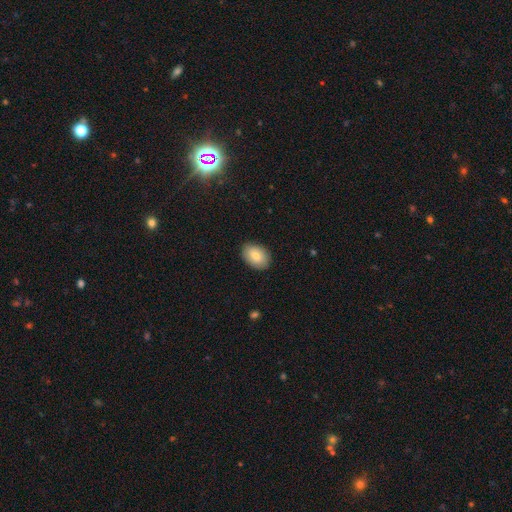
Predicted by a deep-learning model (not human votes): smooth 82%, featured or disk 12%, star or artifact 7%. Down the decision tree: how rounded — in between (85%); merging — none (87%).